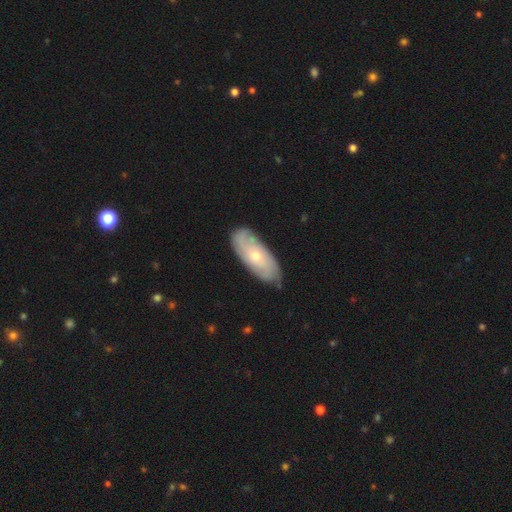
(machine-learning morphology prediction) Smooth or featured: featured or disk — 57% (smooth — 37%)
Edge-on disk: no — 86% (yes — 14%)
Merging: none — 78% (minor disturbance — 17%)